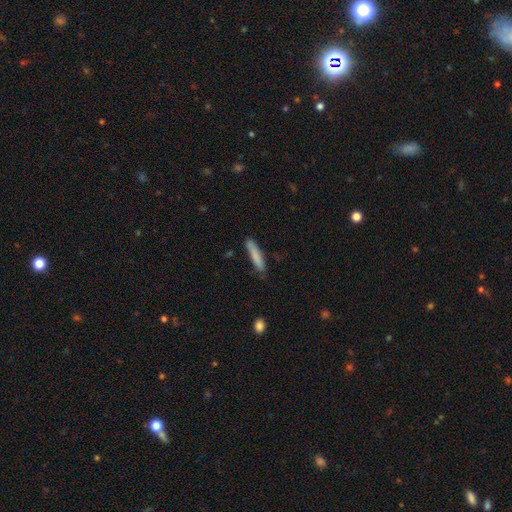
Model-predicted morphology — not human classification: This appears to be a smooth galaxy with no disk features (81%) that is cigar-shaped (89%). Merging: none (78%).